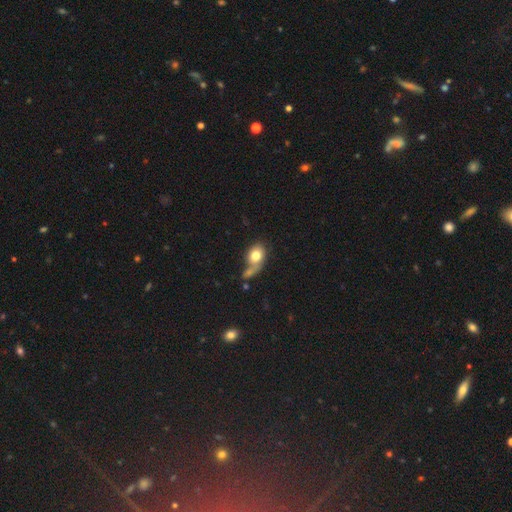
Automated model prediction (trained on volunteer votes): smooth 77%, featured or disk 15%, star or artifact 8%. Down the decision tree: how rounded — in between (58%); merging — none (34%).